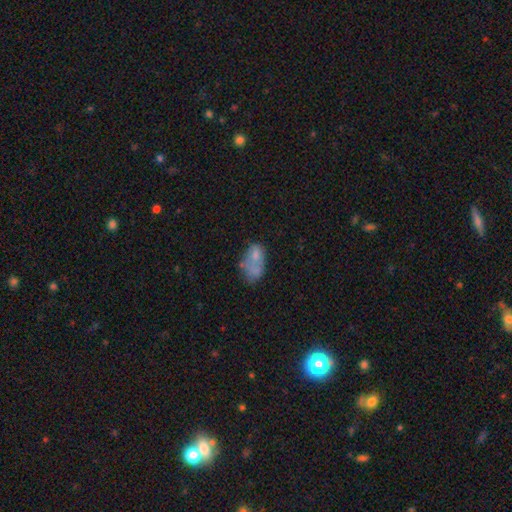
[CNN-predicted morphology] A smooth galaxy with no disk features (56%) that is in between round and cigar-shaped (88%). Merging: none (31%).